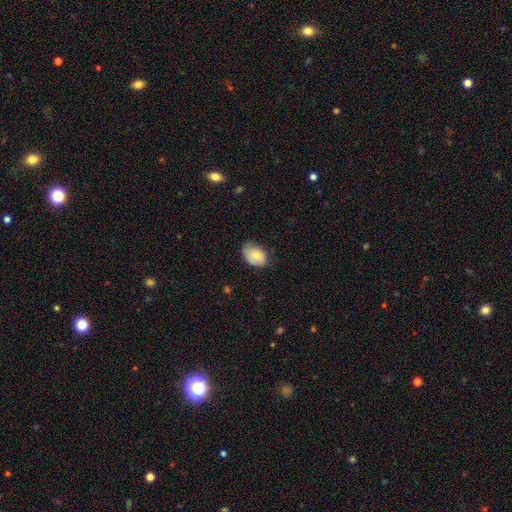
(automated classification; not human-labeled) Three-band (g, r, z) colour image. It shows a smooth galaxy with no disk features (74%) that is in between round and cigar-shaped (83%). Merging: none (61%).